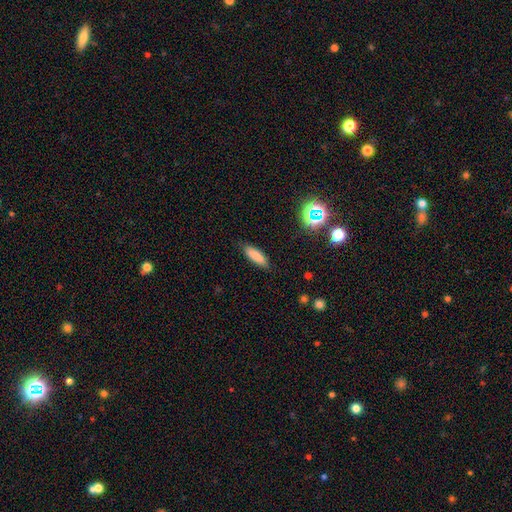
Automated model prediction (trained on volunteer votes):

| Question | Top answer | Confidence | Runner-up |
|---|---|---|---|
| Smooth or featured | smooth | 82% | star or artifact (10%) |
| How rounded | in between | 52% | cigar-shaped (46%) |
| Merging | none | 84% | minor disturbance (12%) |